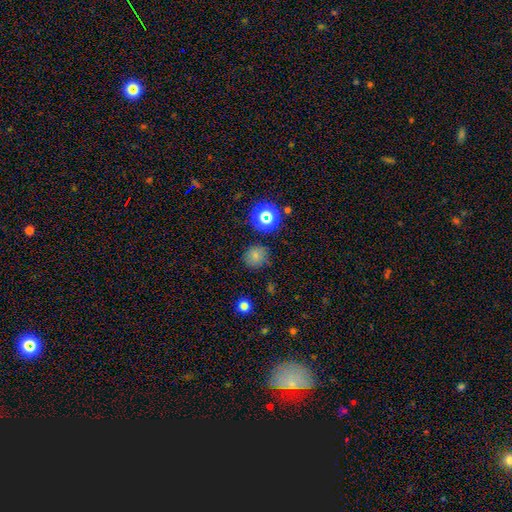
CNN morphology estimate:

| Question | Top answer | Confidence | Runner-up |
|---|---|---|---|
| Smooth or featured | smooth | 72% | star or artifact (20%) |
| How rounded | round | 89% | in between (11%) |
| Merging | none | 80% | minor disturbance (13%) |